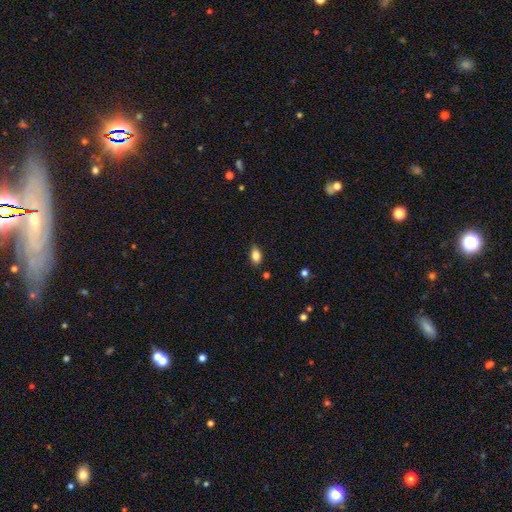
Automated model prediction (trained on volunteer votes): Smooth or featured? Predicted: smooth (p=0.84). How rounded? Predicted: in between (p=0.87). Merging? Predicted: none (p=0.83).